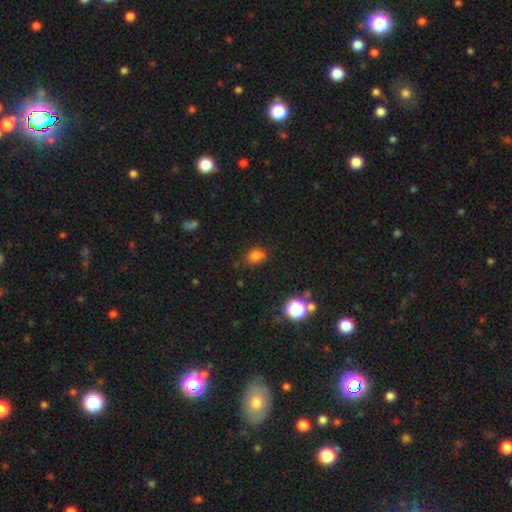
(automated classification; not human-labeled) Smooth or featured: smooth — 77% (star or artifact — 18%)
How rounded: in between — 58% (round — 40%)
Merging: none — 71% (minor disturbance — 21%)